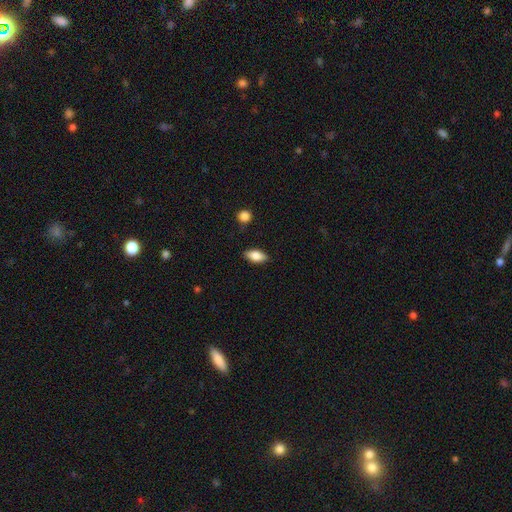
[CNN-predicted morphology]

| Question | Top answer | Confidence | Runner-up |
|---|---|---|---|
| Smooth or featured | smooth | 79% | featured or disk (14%) |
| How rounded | in between | 88% | cigar-shaped (8%) |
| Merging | none | 85% | minor disturbance (11%) |